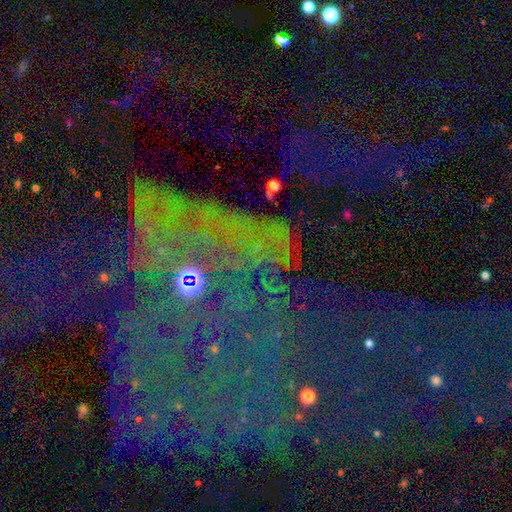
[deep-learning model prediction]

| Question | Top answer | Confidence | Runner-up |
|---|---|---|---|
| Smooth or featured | star or artifact | 69% | featured or disk (18%) |